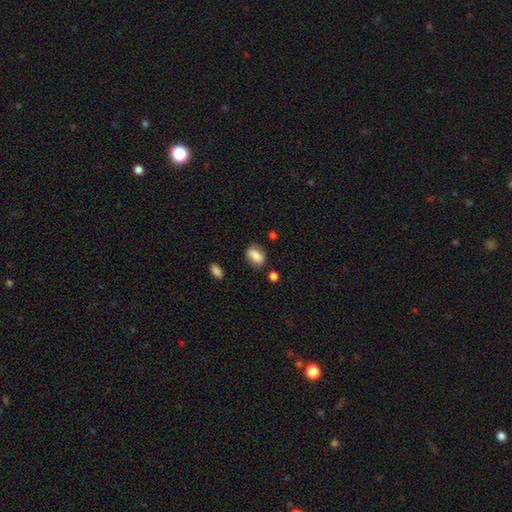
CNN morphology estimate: A smooth galaxy with no disk features (81%) that is in between round and cigar-shaped (81%).

Vote fractions:
- Smooth or featured? smooth: 81% / featured or disk: 11% / star or artifact: 8%
- How rounded? in between: 81% / round: 16% / cigar-shaped: 3%
- Merging? none: 76% / minor disturbance: 17% / major disturbance: 4% / merger: 4%